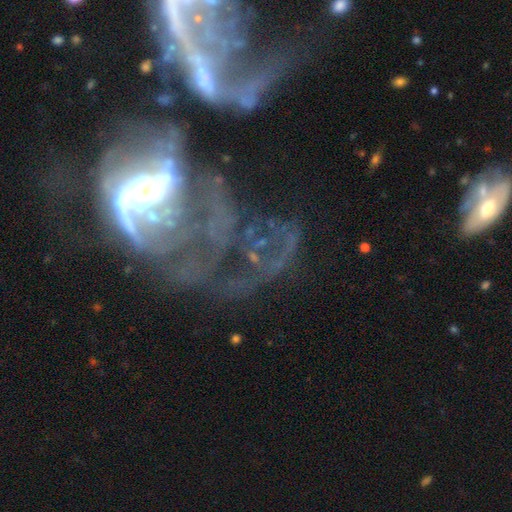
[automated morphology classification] Smooth or featured? Predicted: featured or disk (p=0.72). Edge-on disk? Predicted: no (p=0.94). Bar? Predicted: no (p=0.55). Spiral arms? Predicted: yes (p=0.54). Bulge size? Predicted: moderate (p=0.37). Merging? Predicted: major disturbance (p=0.39, tied with merger).